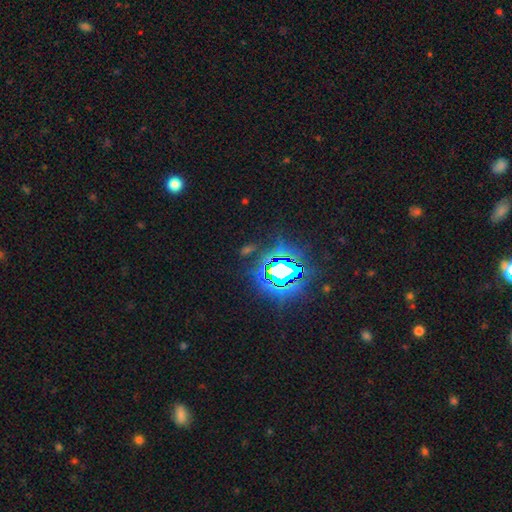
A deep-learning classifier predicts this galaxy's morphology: star or artifact 81%, smooth 12%, featured or disk 7%.